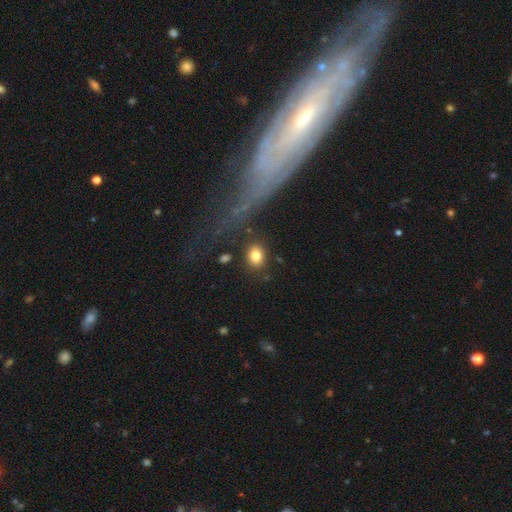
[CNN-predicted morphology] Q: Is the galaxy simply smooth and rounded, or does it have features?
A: smooth — 82%.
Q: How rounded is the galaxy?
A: round — 50%.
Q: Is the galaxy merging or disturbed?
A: none — 82%.